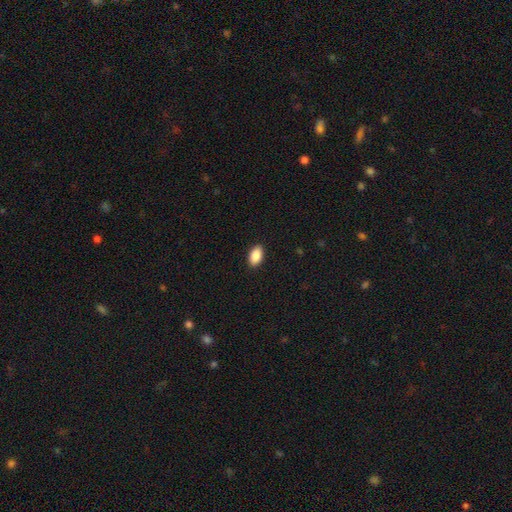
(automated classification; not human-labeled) Overall: smooth (90%). How rounded: in between (94%). Merging: none (90%).